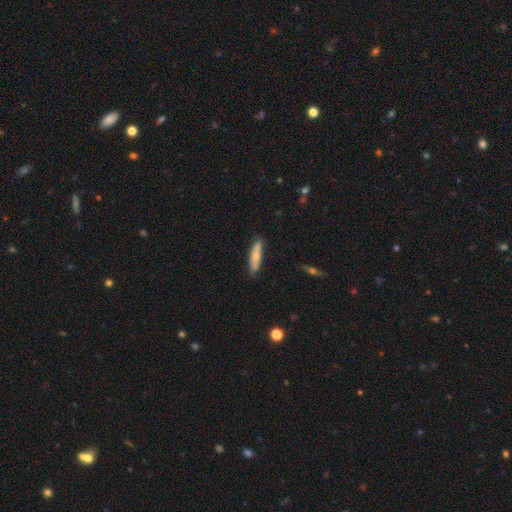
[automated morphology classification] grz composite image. It shows a smooth galaxy with no disk features (67%) that is cigar-shaped (80%). Merging: none (82%).